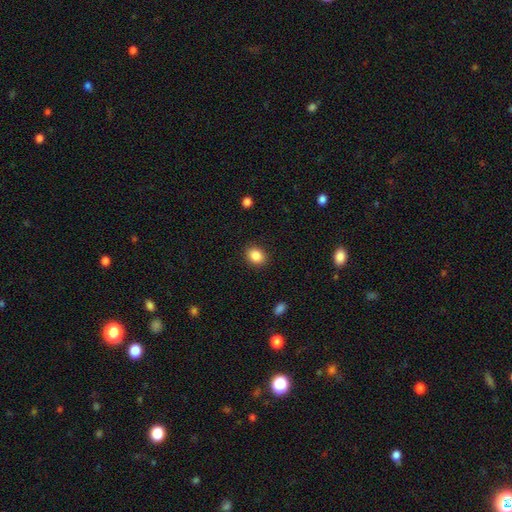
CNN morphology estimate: Smooth or featured: smooth — 86% (star or artifact — 9%)
How rounded: round — 54% (in between — 45%)
Merging: none — 88% (minor disturbance — 8%)